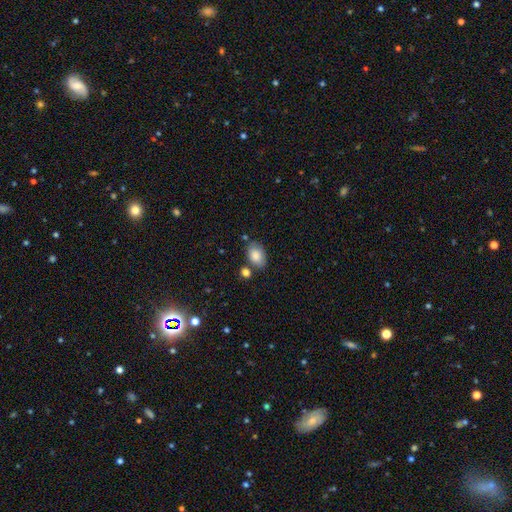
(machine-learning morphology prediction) Smooth or featured? smooth (84%)
How rounded? in between (86%)
Merging? none (70%)